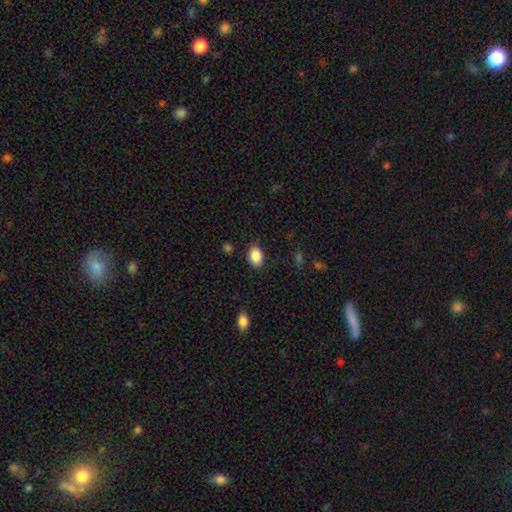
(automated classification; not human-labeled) Q: Smooth or featured?
A: smooth (88%); runner-up: star or artifact (8%)
Q: How rounded?
A: in between (83%); runner-up: round (16%)
Q: Merging?
A: none (84%); runner-up: minor disturbance (12%)